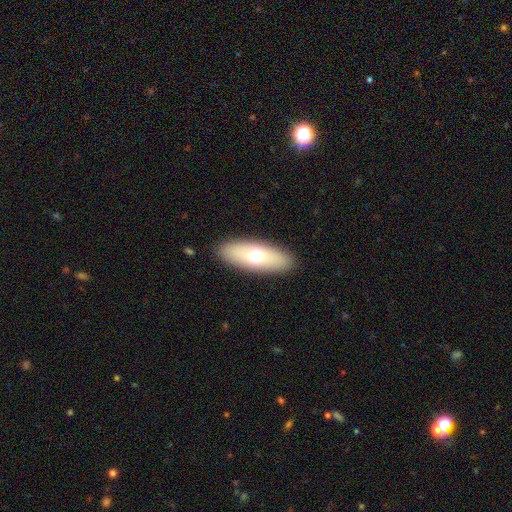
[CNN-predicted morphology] smooth-or-featured: smooth: 65% | featured or disk: 28% | star or artifact: 7%
  how-rounded: in between: 74% | cigar-shaped: 23% | round: 3%
  merging: none: 89% | minor disturbance: 8% | major disturbance: 3% | merger: 1%